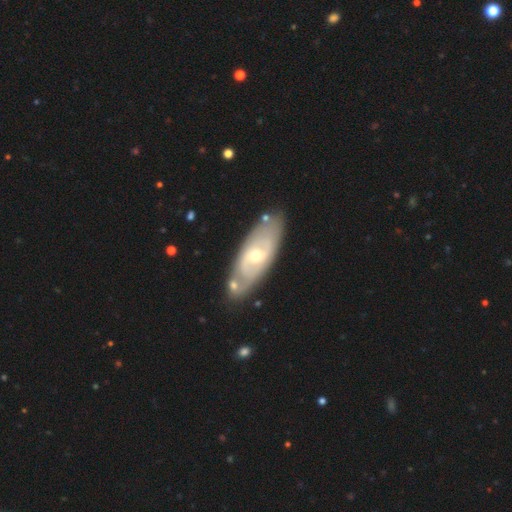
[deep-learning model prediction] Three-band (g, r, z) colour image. It shows a featured or disk galaxy (69%) with no bar (59%), spiral arms (59%) and a small central bulge (49%). Merging: none (74%).